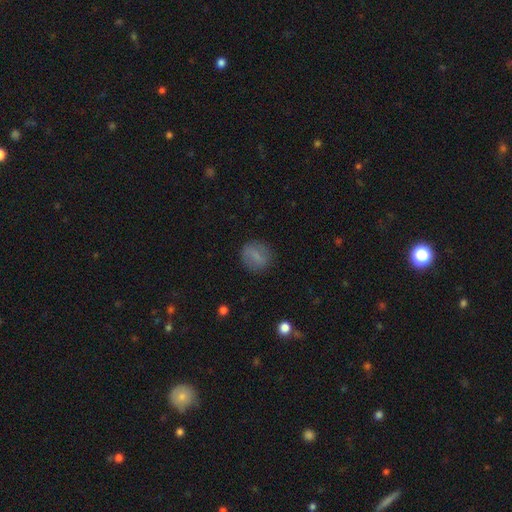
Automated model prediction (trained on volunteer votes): smooth-or-featured: smooth: 67% | featured or disk: 24% | star or artifact: 9%
  how-rounded: round: 70% | in between: 28% | cigar-shaped: 2%
  merging: none: 84% | minor disturbance: 11% | major disturbance: 4% | merger: 1%